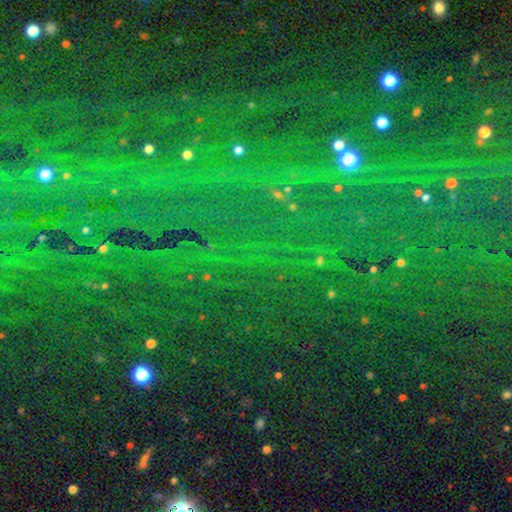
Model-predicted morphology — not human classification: Overall: star or artifact (85%).